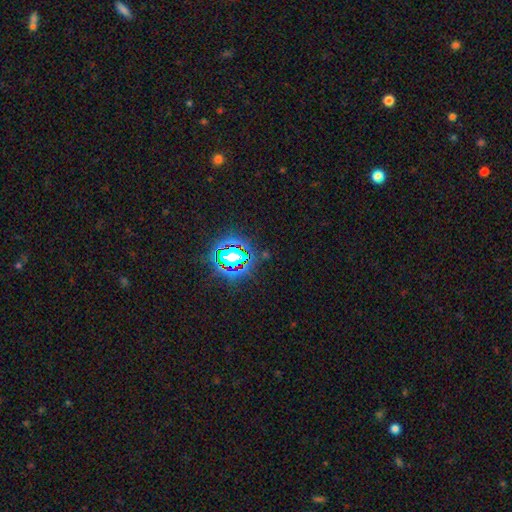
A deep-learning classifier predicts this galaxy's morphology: Q: Smooth or featured?
A: star or artifact (81%); runner-up: smooth (12%)